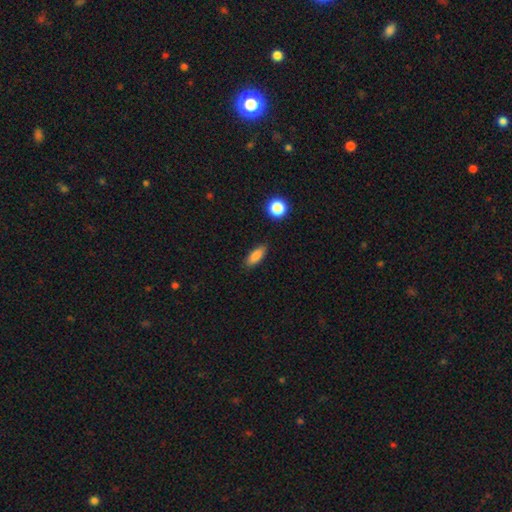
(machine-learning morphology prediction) smooth-or-featured: smooth: 85% | star or artifact: 8% | featured or disk: 7%
  how-rounded: in between: 71% | cigar-shaped: 25% | round: 4%
  merging: none: 87% | minor disturbance: 9% | major disturbance: 2% | merger: 2%